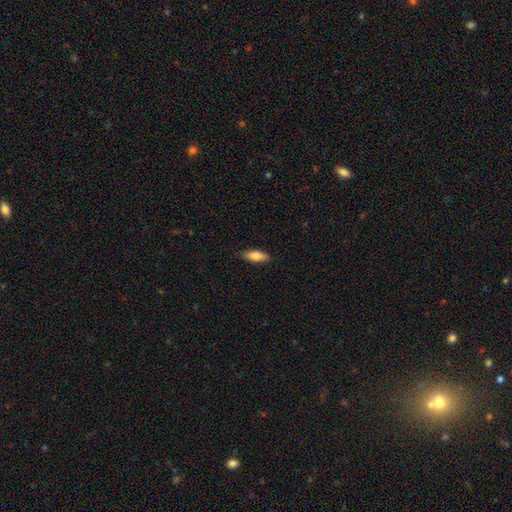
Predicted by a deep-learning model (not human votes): Smooth or featured: smooth — 76% (featured or disk — 18%)
How rounded: in between — 64% (cigar-shaped — 34%)
Merging: none — 85% (minor disturbance — 12%)